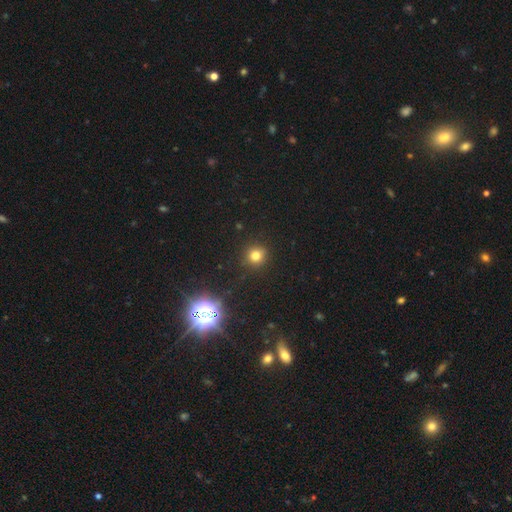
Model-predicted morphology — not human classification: Overall: smooth (75%). How rounded: round (92%). Merging: none (90%).